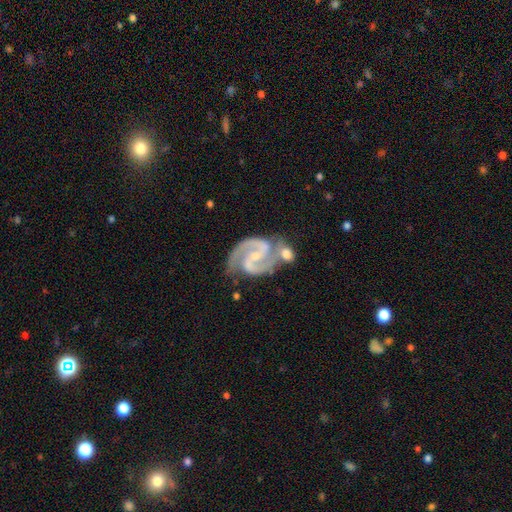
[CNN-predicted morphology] A featured or disk galaxy (93%) with a weak bar (44%), 2 (93%) medium (62%) spiral arms (99%) and a small central bulge (71%). Merging: none (50%).